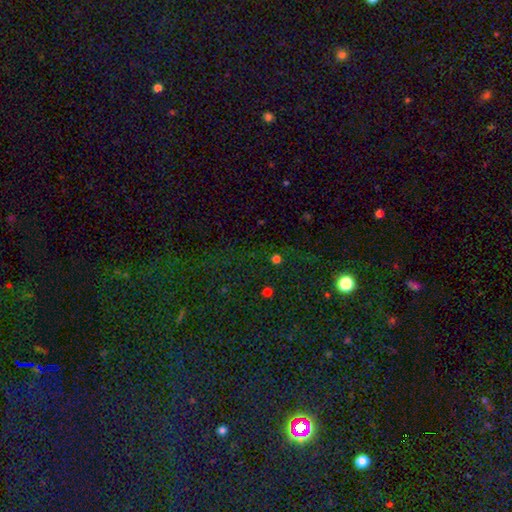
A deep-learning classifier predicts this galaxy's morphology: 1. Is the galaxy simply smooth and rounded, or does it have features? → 72% star or artifact, 19% smooth, 10% featured or disk.